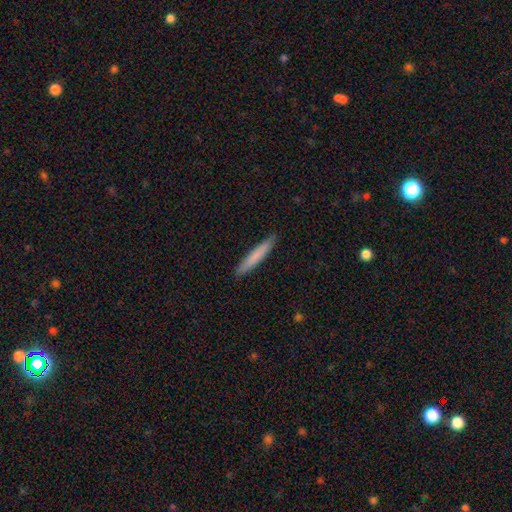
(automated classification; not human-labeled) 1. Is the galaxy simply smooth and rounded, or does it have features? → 79% smooth, 16% featured or disk, 5% star or artifact.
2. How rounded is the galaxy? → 95% cigar-shaped, 4% in between, 1% round.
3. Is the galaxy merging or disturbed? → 91% none, 7% minor disturbance, 1% major disturbance, 1% merger.